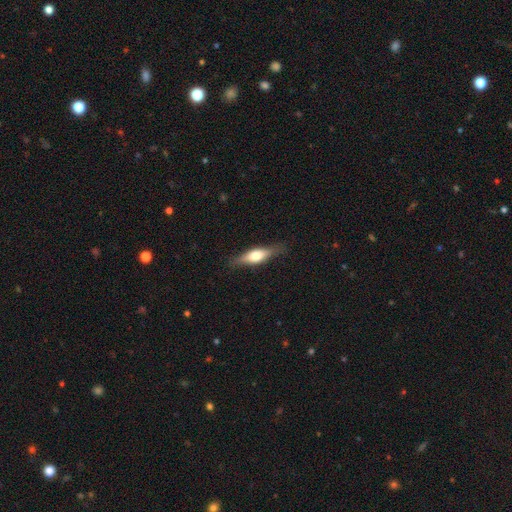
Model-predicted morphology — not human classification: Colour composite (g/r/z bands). It shows a smooth galaxy with no disk features (48%). Merging: none (82%).